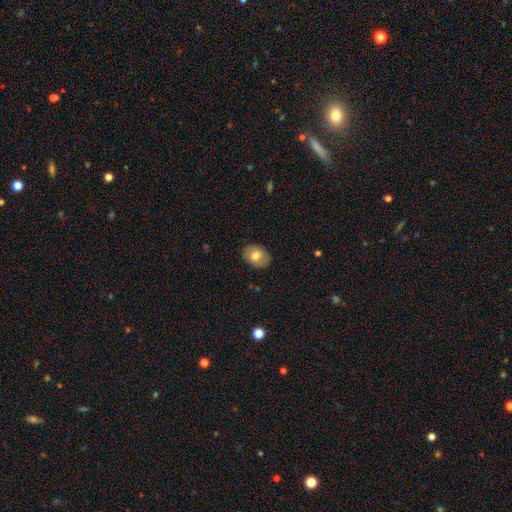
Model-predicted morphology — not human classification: type=smooth (69%); roundness=in between (69%); merging=none (85%).